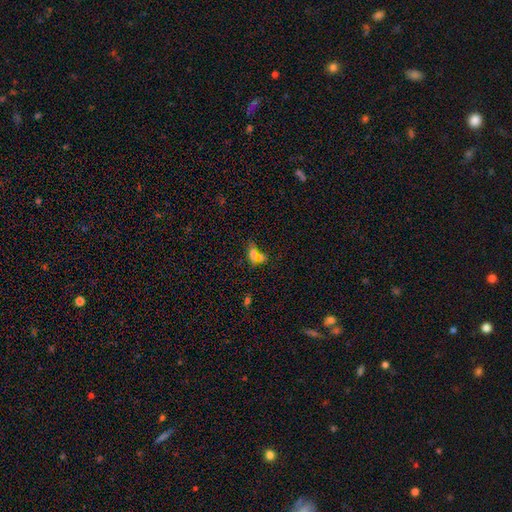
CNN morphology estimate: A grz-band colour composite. It shows a smooth galaxy with no disk features (58%) that is in between round and cigar-shaped (62%). Merging: none (46%).